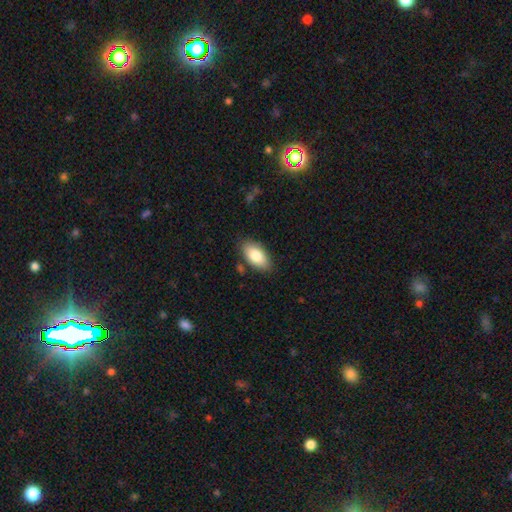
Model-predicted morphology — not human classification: A smooth galaxy with no disk features (81%) that is in between round and cigar-shaped (93%). Merging: none (82%).